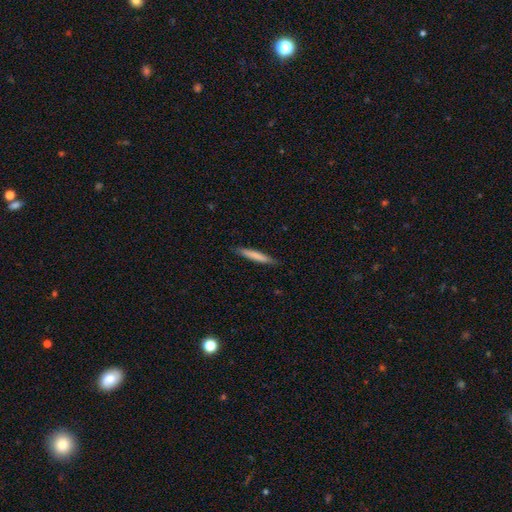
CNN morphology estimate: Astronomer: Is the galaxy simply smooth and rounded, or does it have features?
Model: smooth — 76%.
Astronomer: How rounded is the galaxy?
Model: cigar-shaped — 95%.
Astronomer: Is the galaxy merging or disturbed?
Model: none — 89%.